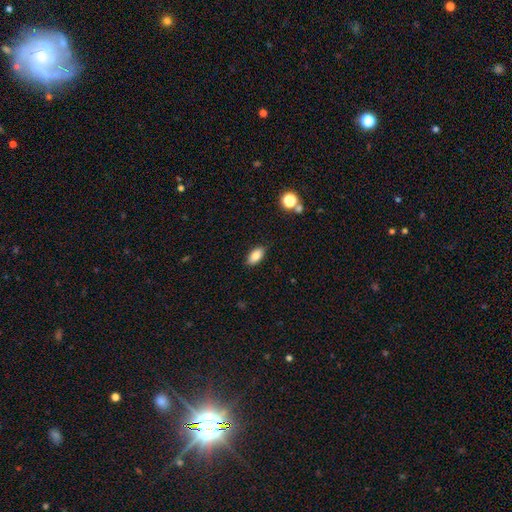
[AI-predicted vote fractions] smooth-or-featured: smooth: 84% | star or artifact: 8% | featured or disk: 8%
  how-rounded: in between: 90% | cigar-shaped: 6% | round: 4%
  merging: none: 87% | minor disturbance: 10% | major disturbance: 2% | merger: 1%